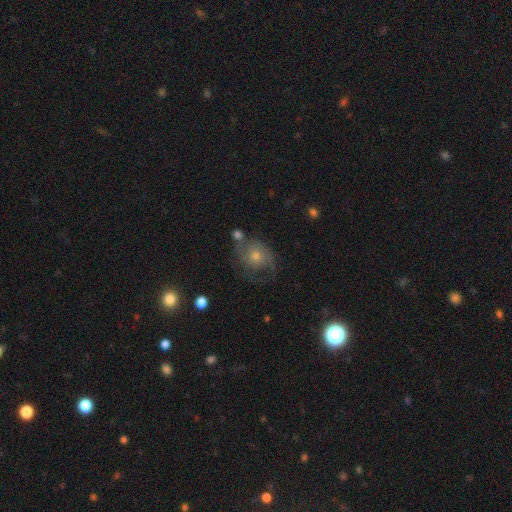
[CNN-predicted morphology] The model was most divided on "spiral winding": medium: 42%, tight: 39%, loose: 20%. More confident: edge-on disk — no (97%); spiral arms — yes (85%); bar — no (80%); smooth or featured — featured or disk (63%); merging — none (61%); spiral arm count — 2 (55%); bulge size — moderate (53%).